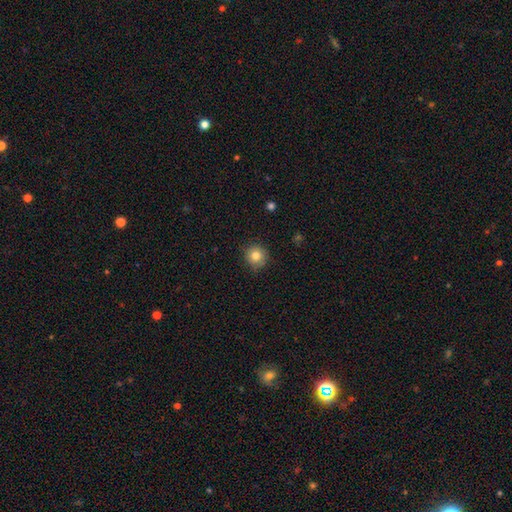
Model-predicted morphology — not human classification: This appears to be a smooth galaxy with no disk features (82%) that is round (93%). Merging: none (86%).